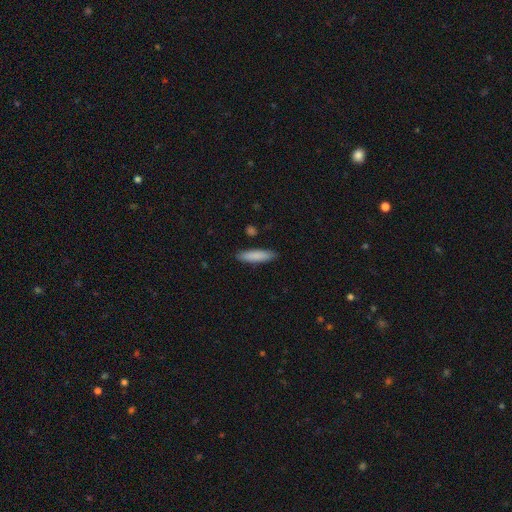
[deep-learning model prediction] Overall: smooth (84%). How rounded: cigar-shaped (76%). Merging: none (88%).